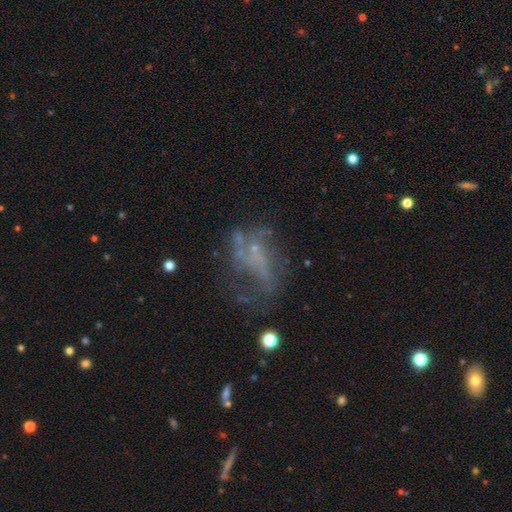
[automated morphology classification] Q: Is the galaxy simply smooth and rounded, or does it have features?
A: featured or disk — 61%.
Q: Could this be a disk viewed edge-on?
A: no — 96%.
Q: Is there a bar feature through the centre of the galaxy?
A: no — 81%.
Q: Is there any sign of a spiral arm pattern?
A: no — 60%.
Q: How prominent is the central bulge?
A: none — 58%.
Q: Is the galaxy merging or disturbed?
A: major disturbance — 38%.